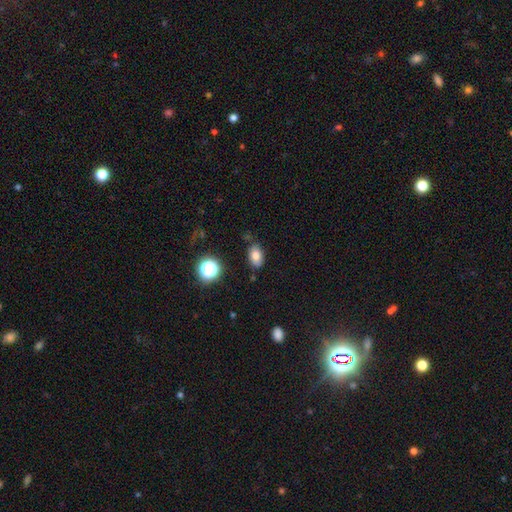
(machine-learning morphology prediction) This is likely a smooth galaxy (77%). How rounded: clearly in between (85%). Merging: likely none (75%).